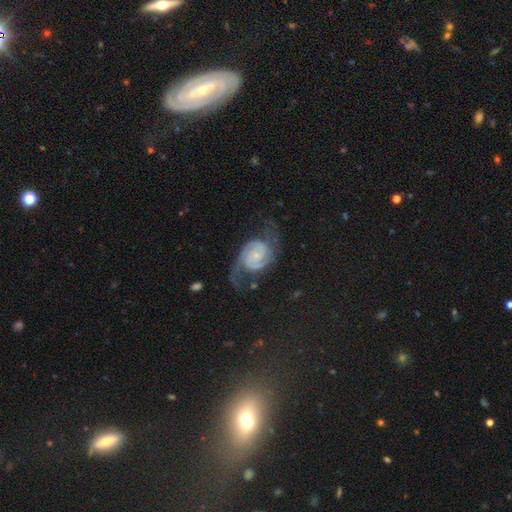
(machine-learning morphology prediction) The model was most divided on "spiral winding": medium: 45%, tight: 34%, loose: 21%. More confident: edge-on disk — no (98%); spiral arms — yes (98%); spiral arm count — 2 (88%); smooth or featured — featured or disk (88%); bulge size — small (71%); bar — no (68%); merging — none (62%).